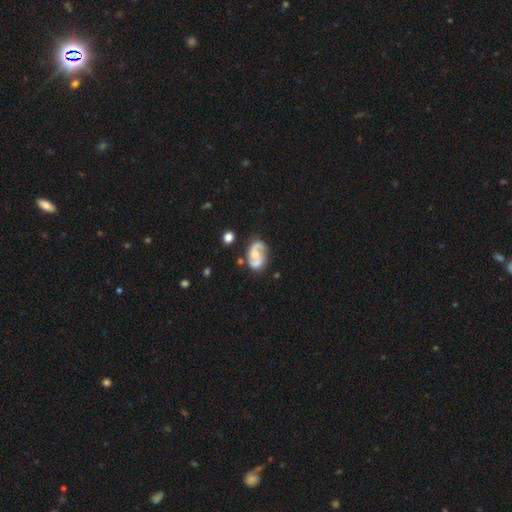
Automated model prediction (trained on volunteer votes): This is likely a featured or disk galaxy (78%). It is clearly not viewed edge-on (97%). Bar: likely no (60%). Spiral arm pattern: clearly yes (91%). Spiral arm count: clearly 2 (84%). Spiral winding: possibly medium (48%). Central bulge: possibly moderate (52%). Merging: likely none (67%).